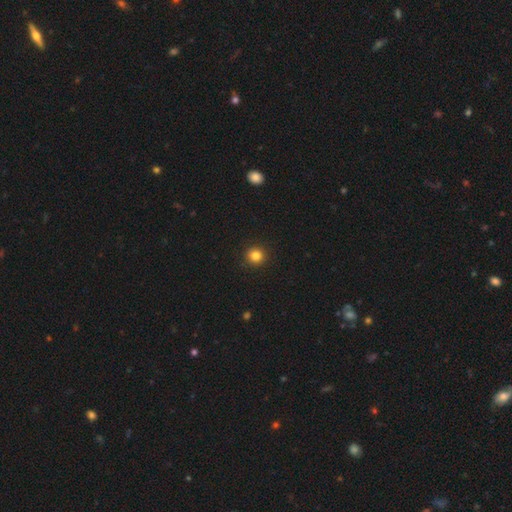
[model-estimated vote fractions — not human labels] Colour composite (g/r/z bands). It shows a smooth galaxy with no disk features (83%) that is round (92%). Merging: none (92%).